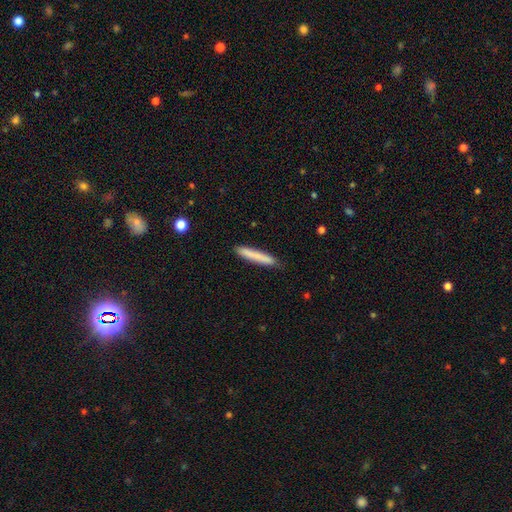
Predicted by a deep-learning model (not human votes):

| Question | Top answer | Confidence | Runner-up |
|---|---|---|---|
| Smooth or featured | smooth | 80% | featured or disk (14%) |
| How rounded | cigar-shaped | 95% | in between (4%) |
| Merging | none | 88% | minor disturbance (9%) |